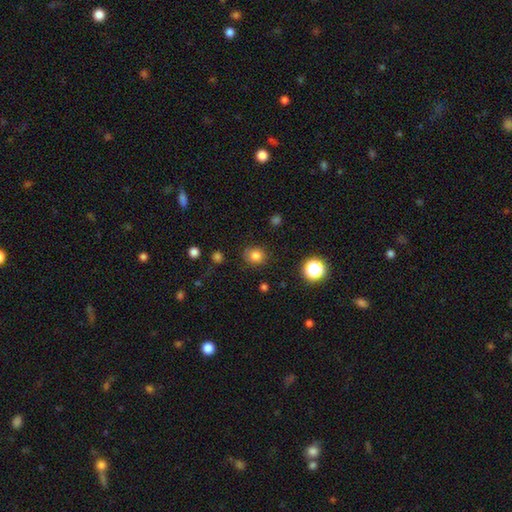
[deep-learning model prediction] smooth_or_featured: smooth (p=0.81) [alt: star or artifact p=0.14]
how_rounded: round (p=0.79) [alt: in between p=0.20]
merging: none (p=0.81) [alt: minor disturbance p=0.13]